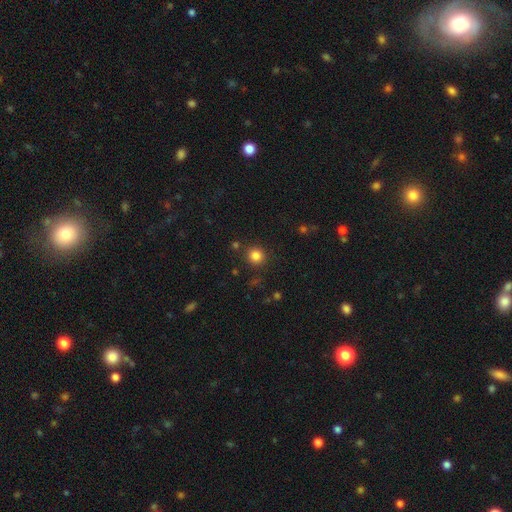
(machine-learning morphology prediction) This is clearly a smooth galaxy (83%). How rounded: clearly round (91%). Merging: clearly none (86%).